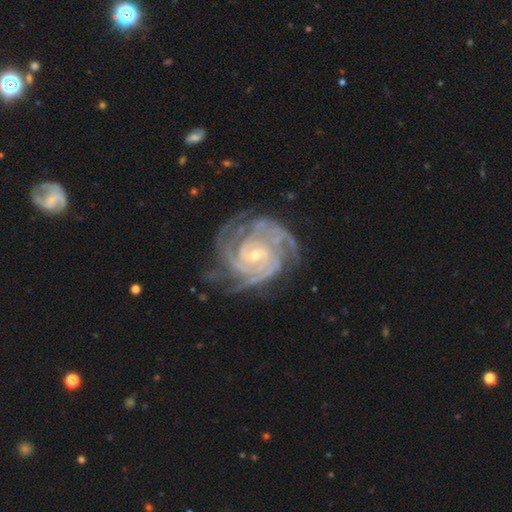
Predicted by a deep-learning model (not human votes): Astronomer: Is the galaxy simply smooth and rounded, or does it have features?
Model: featured or disk — 92%.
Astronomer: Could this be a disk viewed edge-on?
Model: no — 98%.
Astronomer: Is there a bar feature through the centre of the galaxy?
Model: no — 59%.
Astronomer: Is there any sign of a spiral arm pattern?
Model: yes — 99%.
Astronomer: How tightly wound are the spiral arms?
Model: tight — 76%.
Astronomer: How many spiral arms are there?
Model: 4 — 30% (runner-up: 3, 24%).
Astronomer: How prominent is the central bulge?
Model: small — 72%.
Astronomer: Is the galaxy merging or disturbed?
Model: none — 71%.